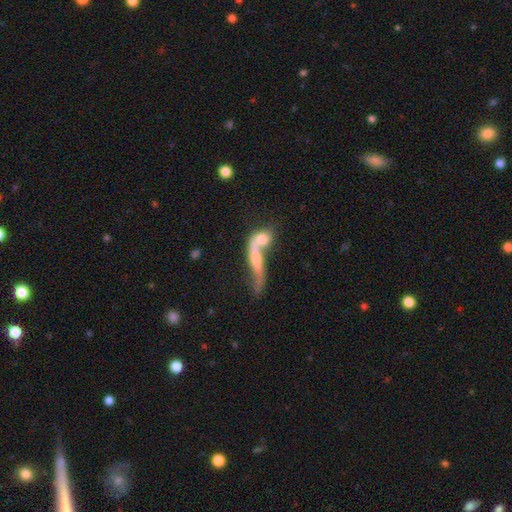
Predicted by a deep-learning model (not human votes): This appears to be a featured or disk galaxy (50%). Merging: merger (58%).